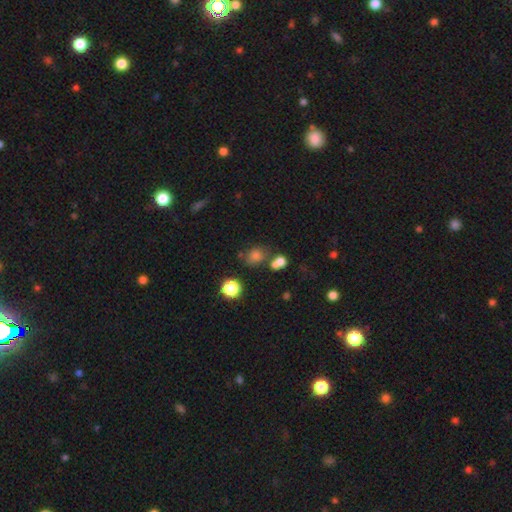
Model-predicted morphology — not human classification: Overall: smooth (73%). How rounded: round (63%; in between 36%). Merging: none (60%; merger 23%).